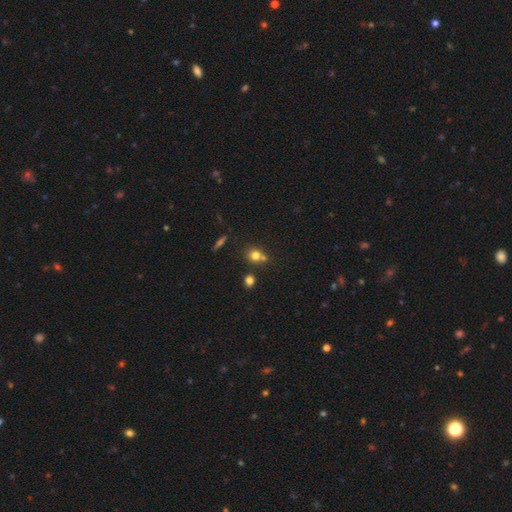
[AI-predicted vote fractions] Smooth or featured?
  - smooth: 75% *
  - star or artifact: 15%
  - featured or disk: 10%
How rounded?
  - round: 81% *
  - in between: 17%
  - cigar-shaped: 1%
Merging?
  - none: 57% *
  - merger: 30%
  - minor disturbance: 10%
  - major disturbance: 3%